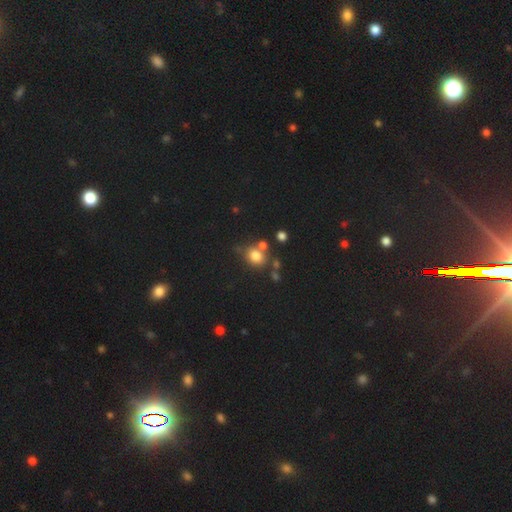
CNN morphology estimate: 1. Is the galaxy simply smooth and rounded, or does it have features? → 77% smooth, 14% star or artifact, 9% featured or disk.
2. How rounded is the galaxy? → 66% round, 33% in between, 1% cigar-shaped.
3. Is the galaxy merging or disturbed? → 61% none, 19% merger, 14% minor disturbance, 5% major disturbance.